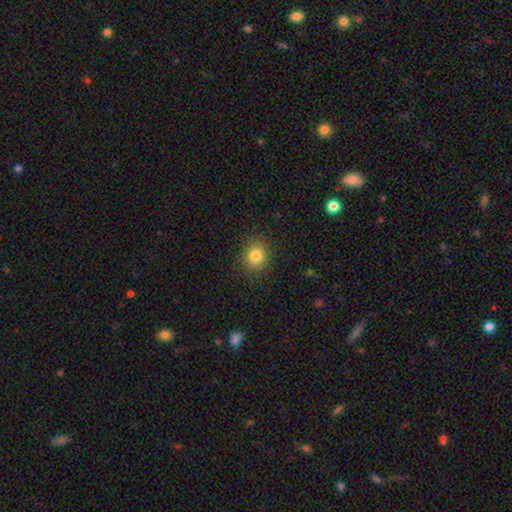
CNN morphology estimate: Q: Smooth or featured?
A: smooth (81%); runner-up: star or artifact (12%)
Q: How rounded?
A: round (73%); runner-up: in between (26%)
Q: Merging?
A: none (88%); runner-up: minor disturbance (8%)